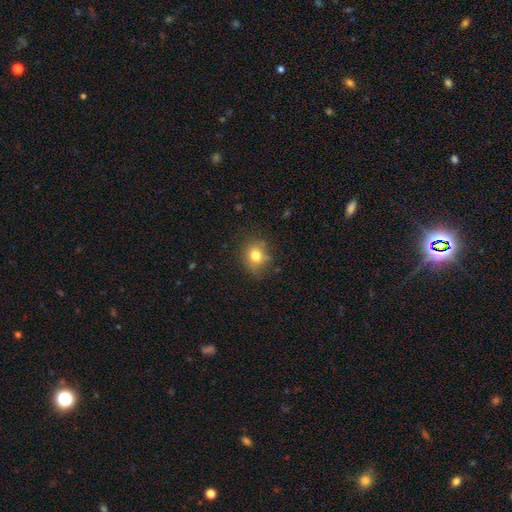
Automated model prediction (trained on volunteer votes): smooth 78%, star or artifact 12%, featured or disk 10%. Down the decision tree: how rounded — round (64%); merging — none (71%).